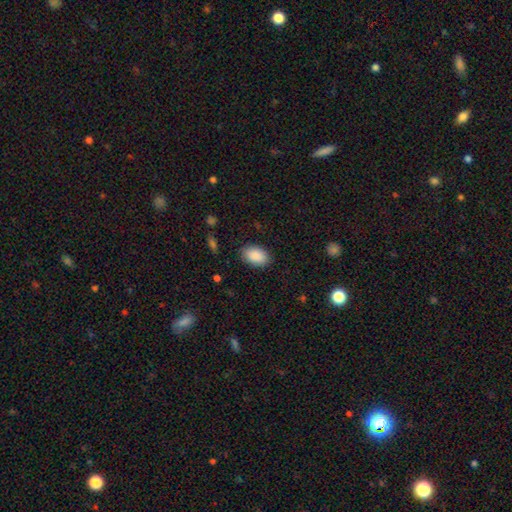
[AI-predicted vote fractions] smooth-or-featured: smooth: 90% | star or artifact: 7% | featured or disk: 4%
  how-rounded: in between: 90% | round: 9% | cigar-shaped: 1%
  merging: none: 87% | minor disturbance: 10% | major disturbance: 3% | merger: 1%